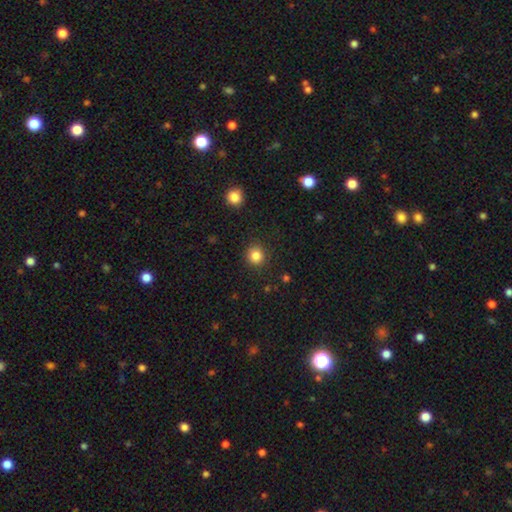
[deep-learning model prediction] Smooth or featured? Predicted: smooth (p=0.84). How rounded? Predicted: round (p=0.91). Merging? Predicted: none (p=0.90).